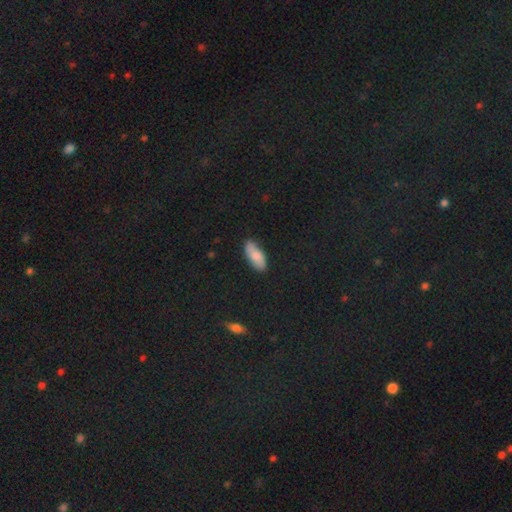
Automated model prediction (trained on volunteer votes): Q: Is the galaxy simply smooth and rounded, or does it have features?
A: smooth — 78%.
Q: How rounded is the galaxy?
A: in between — 81%.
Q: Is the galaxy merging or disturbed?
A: none — 79%.